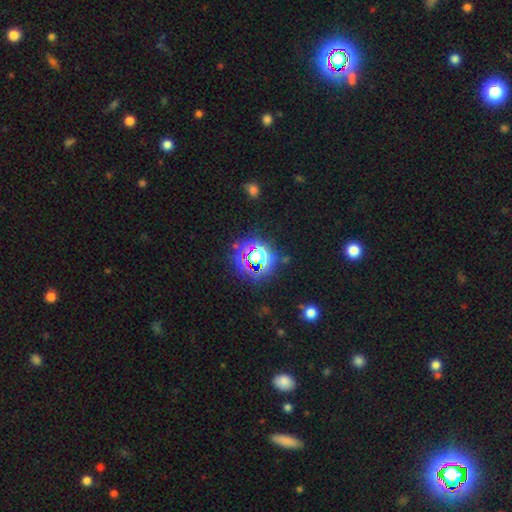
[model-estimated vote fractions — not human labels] A star or artifact, not a galaxy (72%).